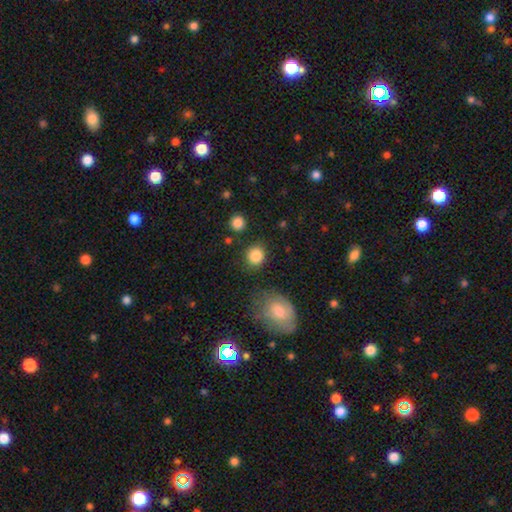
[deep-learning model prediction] smooth-or-featured: smooth: 87% | star or artifact: 9% | featured or disk: 4%
  how-rounded: round: 81% | in between: 18% | cigar-shaped: 1%
  merging: none: 83% | minor disturbance: 10% | merger: 4% | major disturbance: 3%